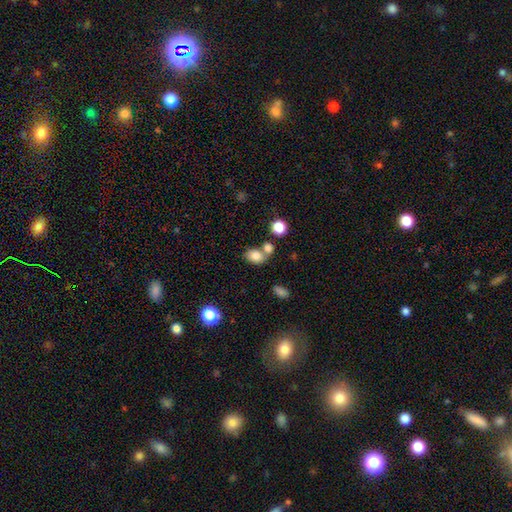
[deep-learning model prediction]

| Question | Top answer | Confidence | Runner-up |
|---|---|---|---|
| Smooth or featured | smooth | 80% | star or artifact (11%) |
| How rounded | in between | 63% | round (35%) |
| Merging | none | 50% | merger (32%) |